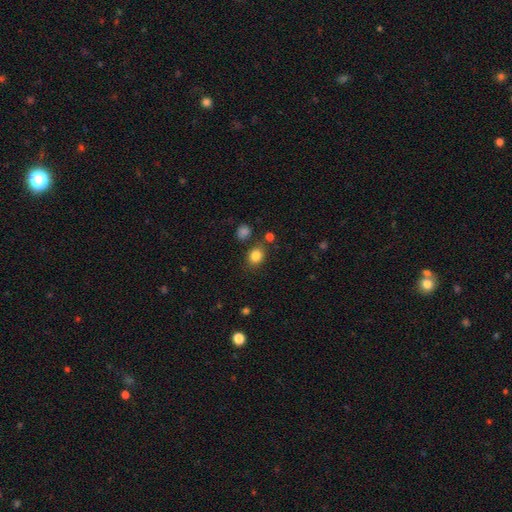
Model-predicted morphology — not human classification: Smooth or featured? Predicted: smooth (p=0.83). How rounded? Predicted: round (p=0.56). Merging? Predicted: none (p=0.78).